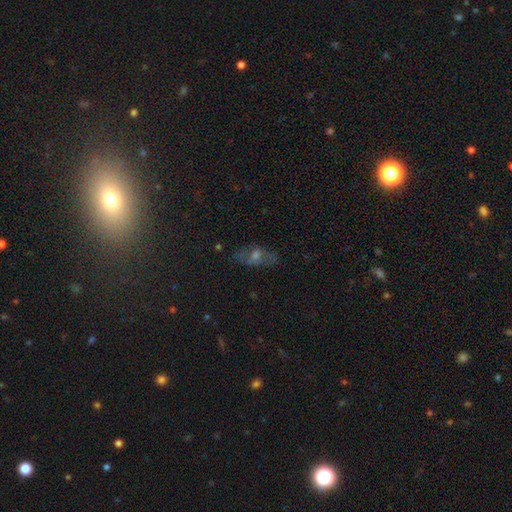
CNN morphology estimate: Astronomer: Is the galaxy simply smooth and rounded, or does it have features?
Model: featured or disk — 40% (runner-up: star or artifact, 31%).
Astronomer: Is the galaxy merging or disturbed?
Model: none — 72%.